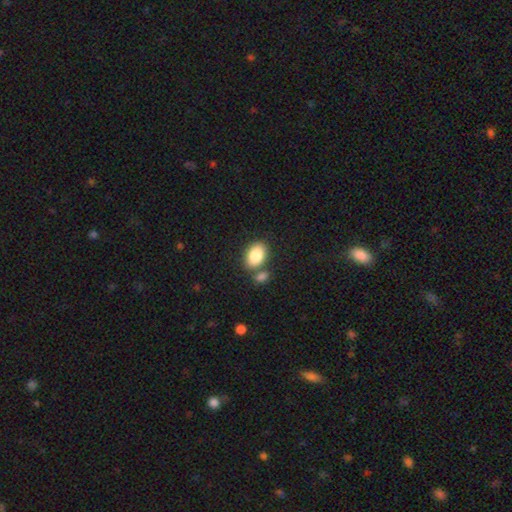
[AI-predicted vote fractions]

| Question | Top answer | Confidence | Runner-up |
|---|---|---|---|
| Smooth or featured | smooth | 85% | featured or disk (7%) |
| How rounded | in between | 86% | round (13%) |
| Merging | none | 64% | merger (21%) |